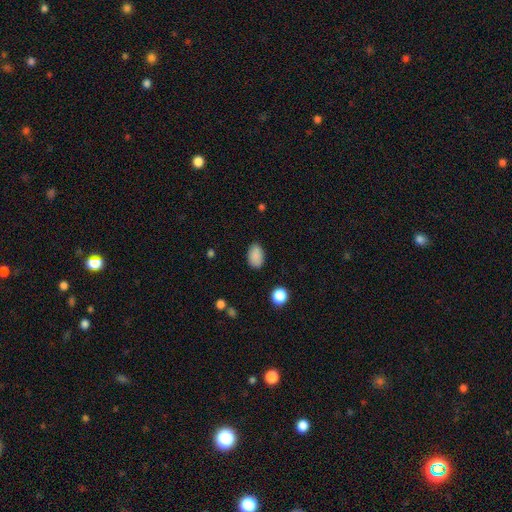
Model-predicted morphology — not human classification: type=smooth (88%); roundness=in between (89%); merging=none (83%).